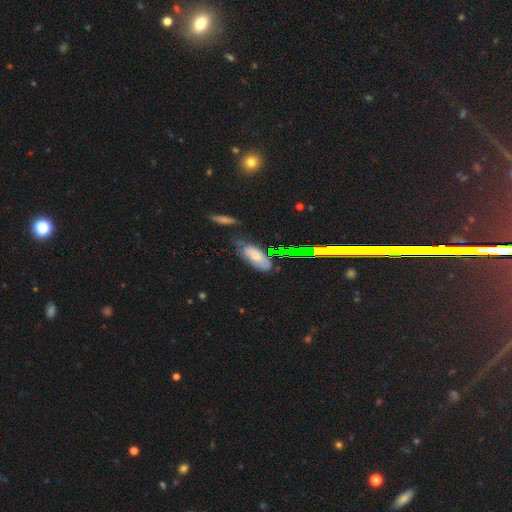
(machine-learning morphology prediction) smooth-or-featured: smooth: 55% | featured or disk: 32% | star or artifact: 13%
  how-rounded: in between: 82% | cigar-shaped: 15% | round: 3%
  merging: none: 52% | minor disturbance: 30% | major disturbance: 12% | merger: 6%